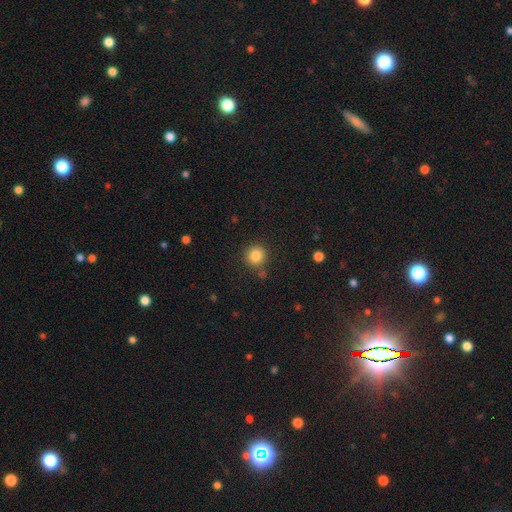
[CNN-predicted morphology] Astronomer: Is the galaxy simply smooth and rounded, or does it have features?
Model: smooth — 84%.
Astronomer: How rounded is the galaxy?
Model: round — 92%.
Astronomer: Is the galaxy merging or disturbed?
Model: none — 81%.